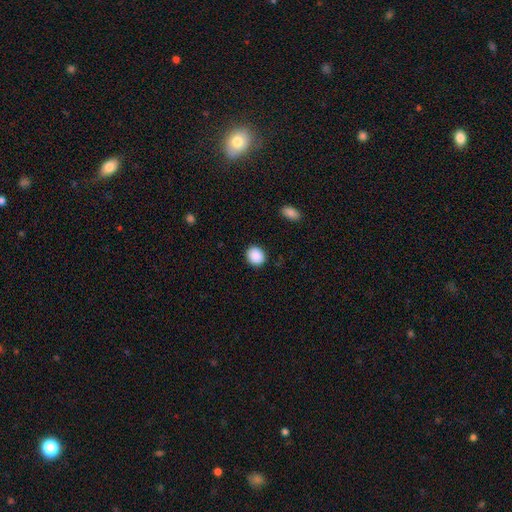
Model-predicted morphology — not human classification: smooth-or-featured: smooth: 90% | star or artifact: 8% | featured or disk: 3%
  how-rounded: round: 78% | in between: 21% | cigar-shaped: 1%
  merging: none: 90% | minor disturbance: 7% | major disturbance: 2% | merger: 1%